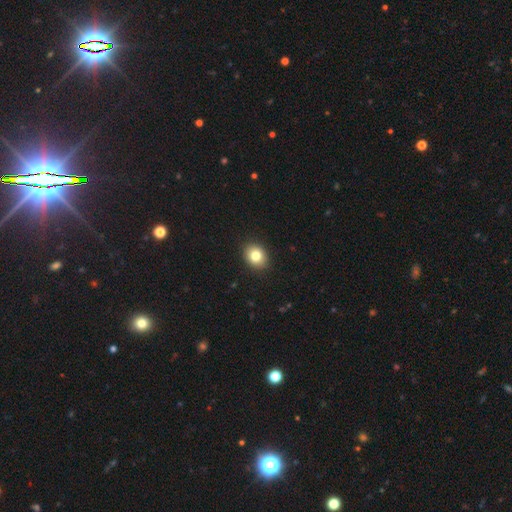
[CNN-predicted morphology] This is clearly a smooth galaxy (82%). How rounded: possibly round (52%). Merging: clearly none (91%).